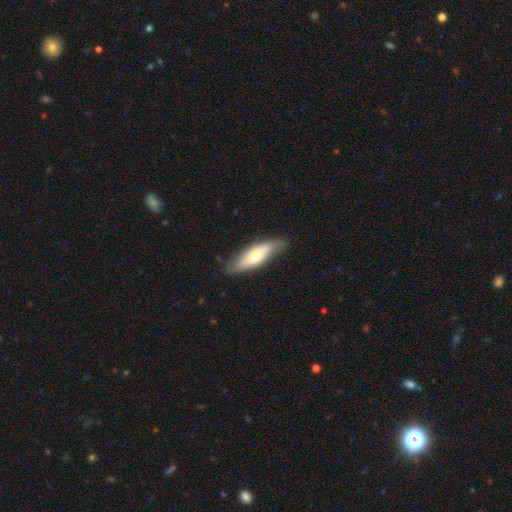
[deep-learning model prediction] This is possibly a smooth galaxy (57%). How rounded: possibly in between (52%). Merging: likely none (77%).